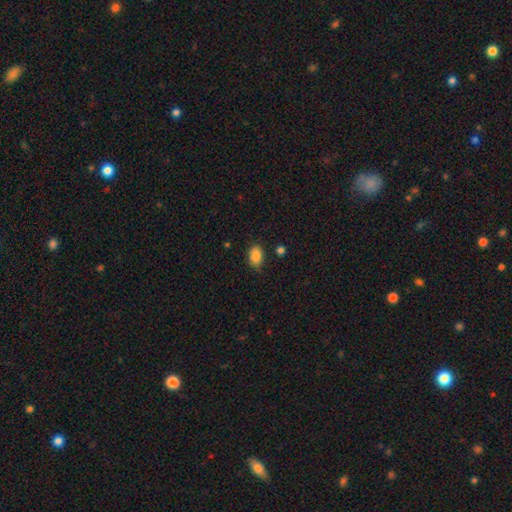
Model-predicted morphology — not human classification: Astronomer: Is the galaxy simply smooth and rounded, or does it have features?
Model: smooth — 87%.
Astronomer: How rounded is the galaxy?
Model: in between — 81%.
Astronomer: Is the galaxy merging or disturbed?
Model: none — 77%.